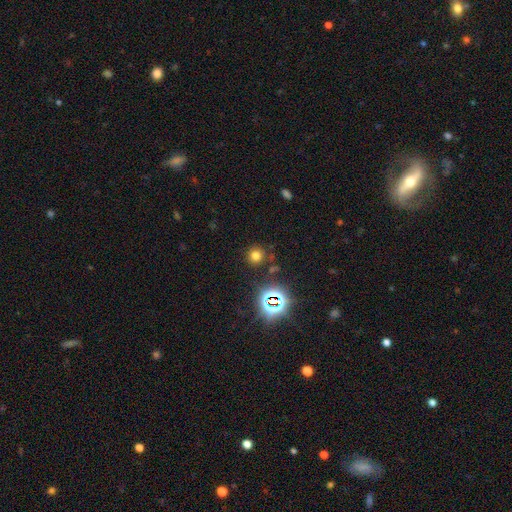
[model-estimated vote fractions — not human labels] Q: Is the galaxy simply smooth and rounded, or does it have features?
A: smooth — 67%.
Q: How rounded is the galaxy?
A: round — 91%.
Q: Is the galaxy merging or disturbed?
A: none — 85%.